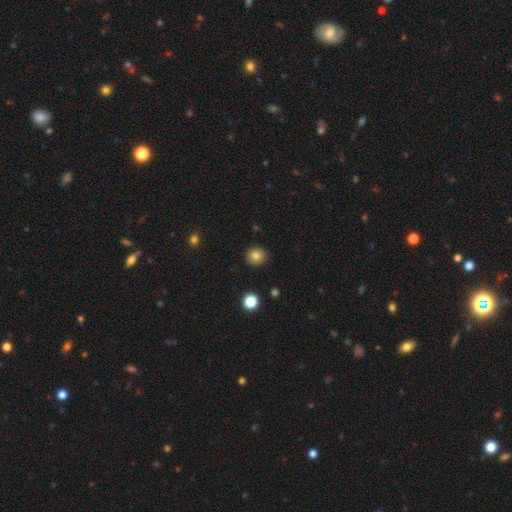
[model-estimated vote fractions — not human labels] Smooth or featured?
  - smooth: 81% *
  - star or artifact: 10%
  - featured or disk: 9%
How rounded?
  - round: 94% *
  - in between: 5%
  - cigar-shaped: 1%
Merging?
  - none: 92% *
  - minor disturbance: 6%
  - major disturbance: 2%
  - merger: 1%